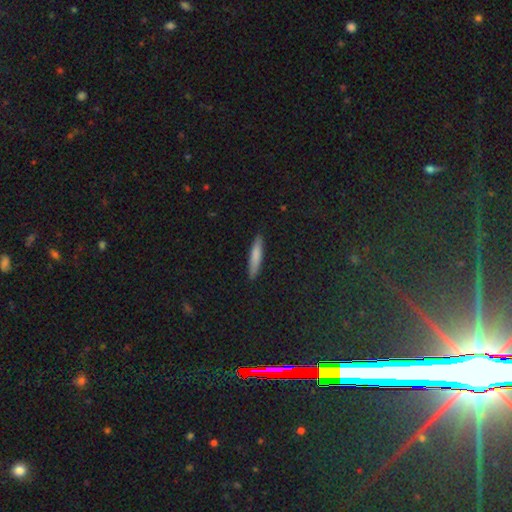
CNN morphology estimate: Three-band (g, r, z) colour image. It shows a smooth galaxy with no disk features (77%) that is cigar-shaped (88%). Merging: none (89%).